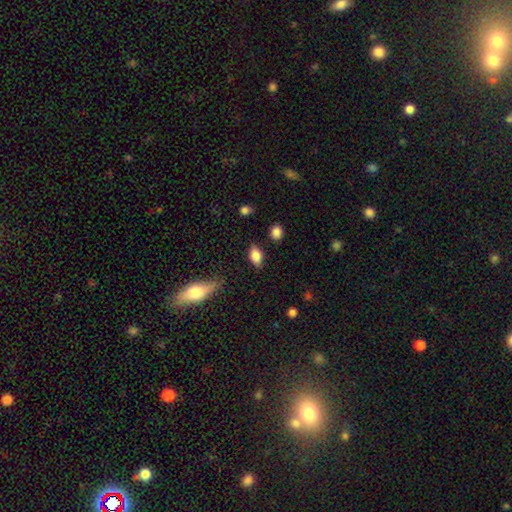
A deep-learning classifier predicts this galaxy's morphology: The model was most divided on "merging": none: 77%, minor disturbance: 16%, major disturbance: 4%, merger: 3%. More confident: how rounded — in between (85%); smooth or featured — smooth (80%).